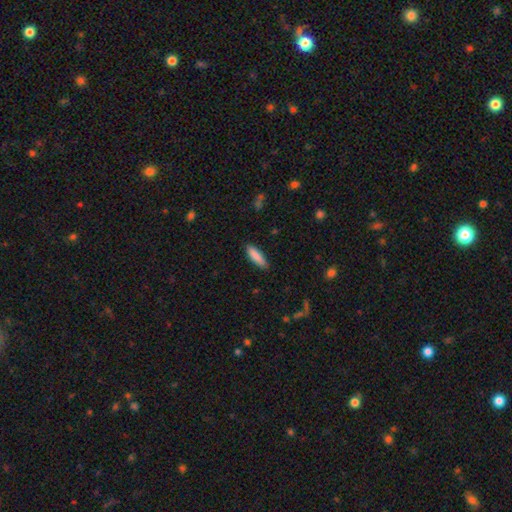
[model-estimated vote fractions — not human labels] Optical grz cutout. It shows a smooth galaxy with no disk features (87%) that is cigar-shaped (58%). Merging: none (85%).